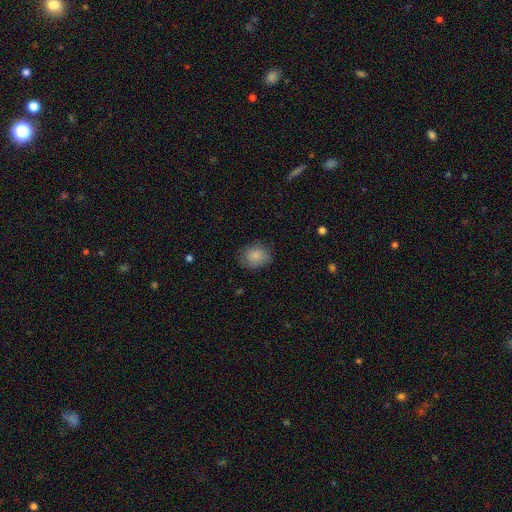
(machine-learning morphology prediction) Smooth or featured: smooth — 85% (star or artifact — 8%)
How rounded: round — 66% (in between — 33%)
Merging: none — 78% (minor disturbance — 17%)